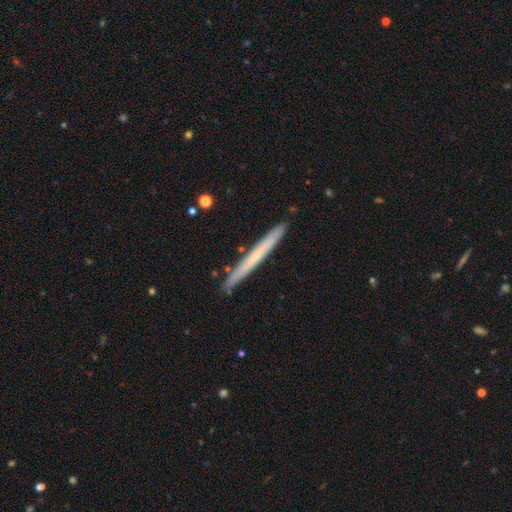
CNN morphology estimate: This appears to be a smooth galaxy with no disk features (51%) that is cigar-shaped (97%). Merging: none (90%).